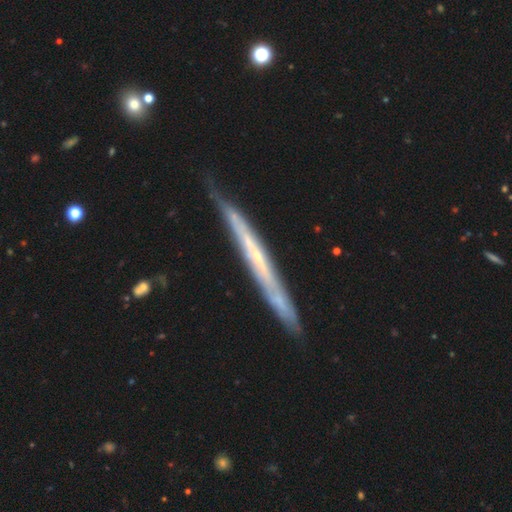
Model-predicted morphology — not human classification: Q: Smooth or featured?
A: featured or disk (74%); runner-up: smooth (20%)
Q: Edge-on disk?
A: yes (90%); runner-up: no (10%)
Q: Edge-on bulge?
A: none (73%); runner-up: rounded (23%)
Q: Merging?
A: none (77%); runner-up: minor disturbance (18%)